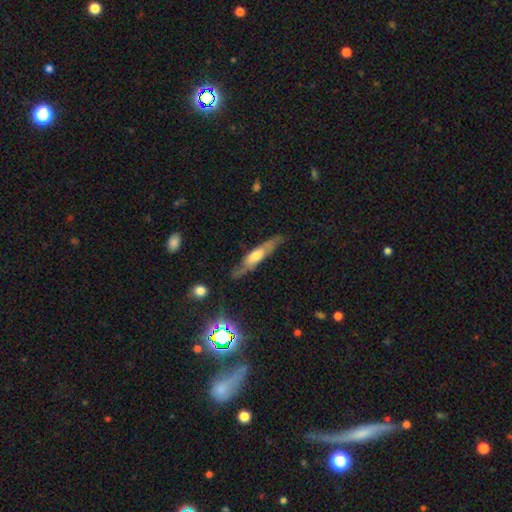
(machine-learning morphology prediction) featured or disk 58%, smooth 35%, star or artifact 7%. Down the decision tree: edge-on disk — yes (65%); merging — none (71%).